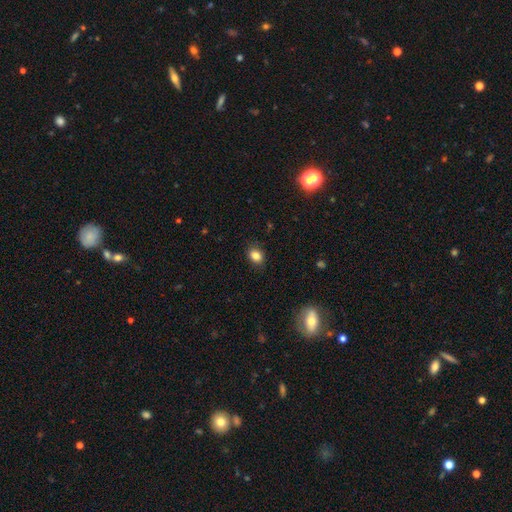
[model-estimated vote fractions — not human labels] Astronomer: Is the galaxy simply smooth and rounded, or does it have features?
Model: smooth — 84%.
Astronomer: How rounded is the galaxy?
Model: in between — 62%.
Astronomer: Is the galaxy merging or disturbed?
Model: none — 85%.